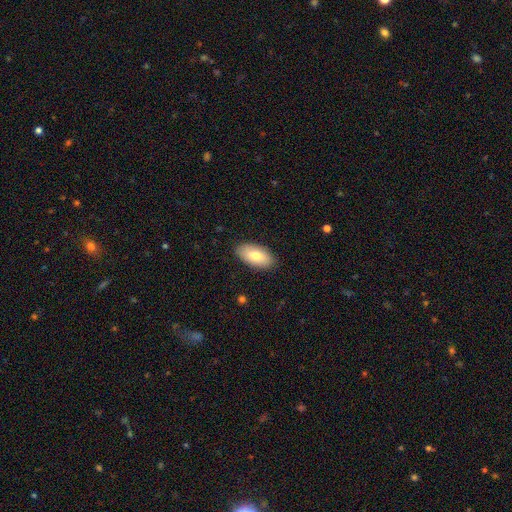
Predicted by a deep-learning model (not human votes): smooth-or-featured: smooth: 77% | featured or disk: 17% | star or artifact: 6%
  how-rounded: in between: 94% | cigar-shaped: 4% | round: 3%
  merging: none: 87% | minor disturbance: 10% | major disturbance: 2% | merger: 1%